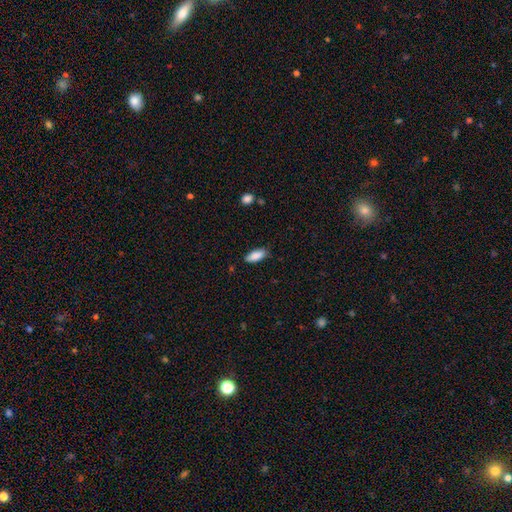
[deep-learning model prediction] A smooth galaxy with no disk features (88%) that is in between round and cigar-shaped (82%). Merging: none (83%).